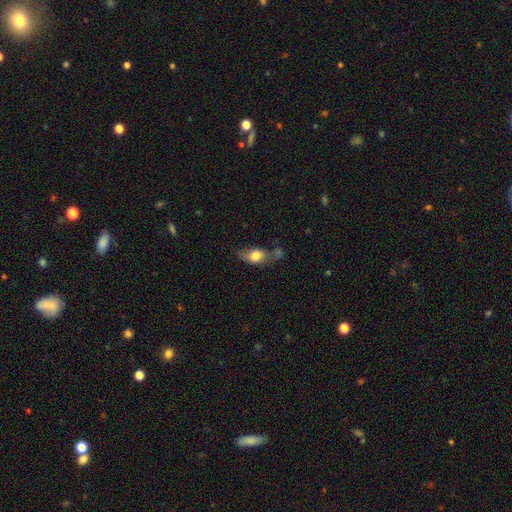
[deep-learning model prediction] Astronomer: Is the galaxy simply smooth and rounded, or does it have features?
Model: smooth — 74%.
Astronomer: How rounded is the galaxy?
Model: in between — 82%.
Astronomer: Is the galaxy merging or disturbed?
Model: none — 42% (runner-up: minor disturbance, 26%).